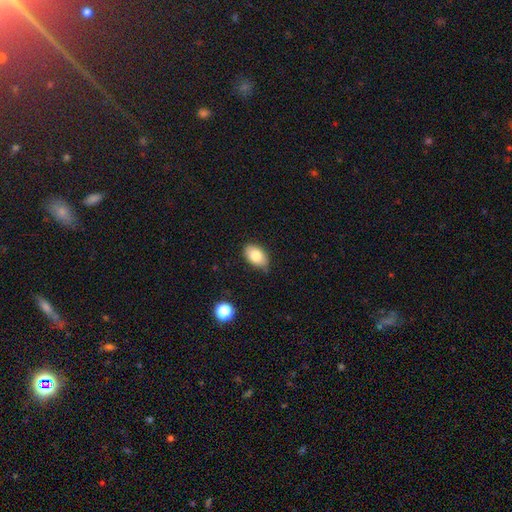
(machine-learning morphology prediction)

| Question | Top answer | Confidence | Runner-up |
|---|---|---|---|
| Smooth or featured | smooth | 80% | featured or disk (12%) |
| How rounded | in between | 90% | round (9%) |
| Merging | none | 80% | minor disturbance (16%) |